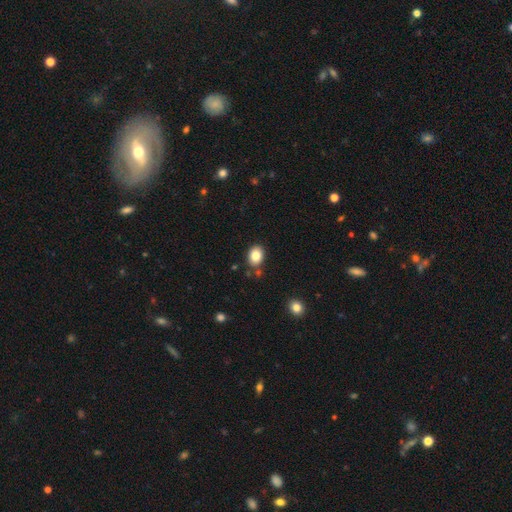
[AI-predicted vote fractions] Smooth or featured?
  - smooth: 84% *
  - star or artifact: 9%
  - featured or disk: 7%
How rounded?
  - in between: 60% *
  - round: 39%
  - cigar-shaped: 1%
Merging?
  - none: 81% *
  - minor disturbance: 11%
  - merger: 5%
  - major disturbance: 3%